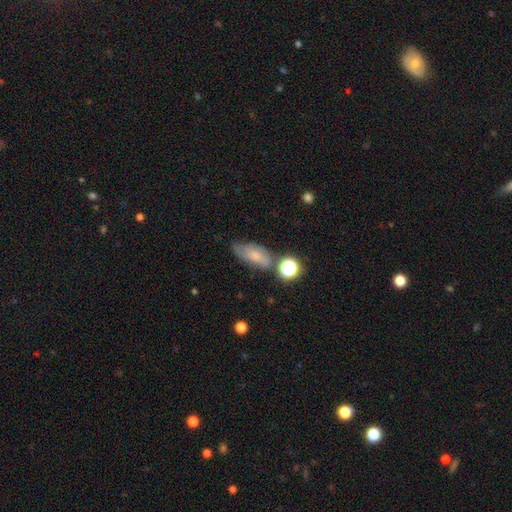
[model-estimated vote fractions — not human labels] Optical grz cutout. It shows a smooth galaxy with no disk features (56%) that is in between round and cigar-shaped (80%). Merging: none (52%).